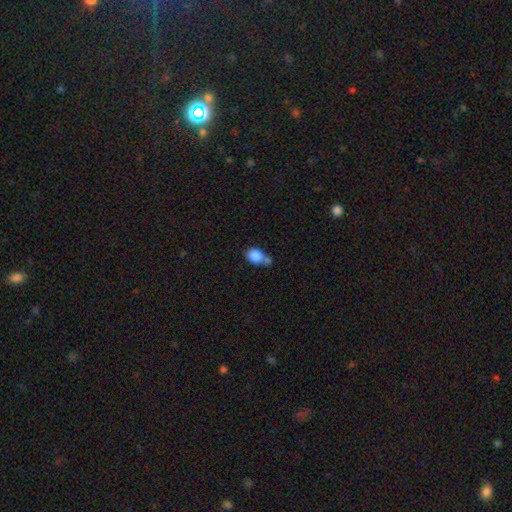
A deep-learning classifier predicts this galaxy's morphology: This is clearly a smooth galaxy (85%). How rounded: possibly in between (54%). Merging: marginally merger (40%).